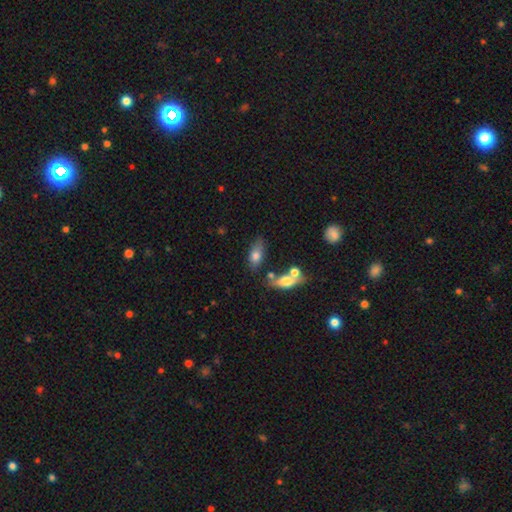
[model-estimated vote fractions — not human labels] smooth 74%, featured or disk 17%, star or artifact 8%. Down the decision tree: how rounded — in between (83%); merging — none (58%).